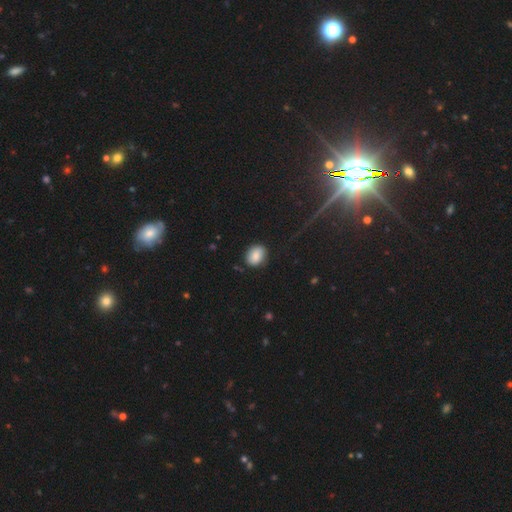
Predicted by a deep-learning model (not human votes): The model was most divided on "how rounded": in between: 54%, round: 45%, cigar-shaped: 1%. More confident: smooth or featured — smooth (84%); merging — none (83%).